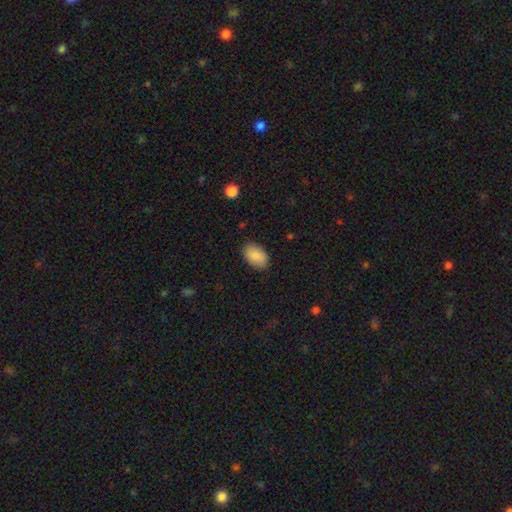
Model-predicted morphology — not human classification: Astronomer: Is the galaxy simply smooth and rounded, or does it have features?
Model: smooth — 87%.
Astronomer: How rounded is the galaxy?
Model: in between — 92%.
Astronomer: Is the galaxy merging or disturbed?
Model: none — 86%.